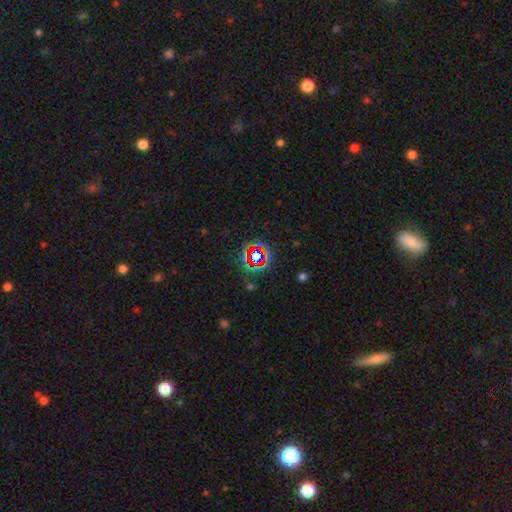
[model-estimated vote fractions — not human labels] Smooth or featured: star or artifact — 68% (smooth — 18%)